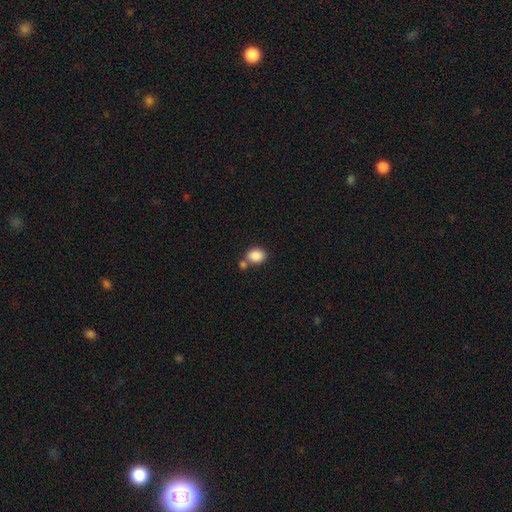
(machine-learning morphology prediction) A smooth galaxy with no disk features (87%) that is in between round and cigar-shaped (51%).

Vote fractions:
- Smooth or featured? smooth: 87% / star or artifact: 9% / featured or disk: 4%
- How rounded? in between: 51% / round: 48% / cigar-shaped: 1%
- Merging? none: 62% / merger: 24% / minor disturbance: 11% / major disturbance: 3%